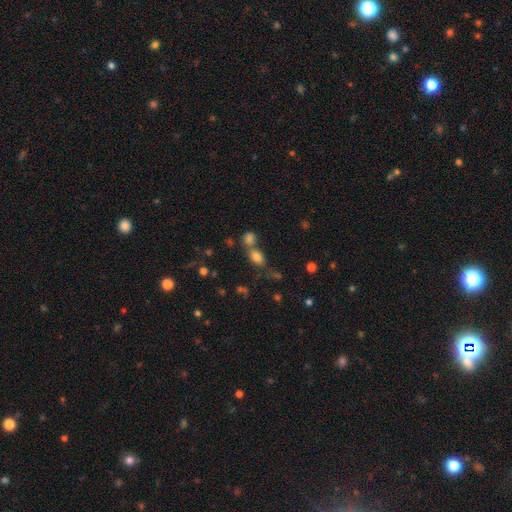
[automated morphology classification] Smooth or featured? smooth (79%)
How rounded? in between (81%)
Merging? none (50%)